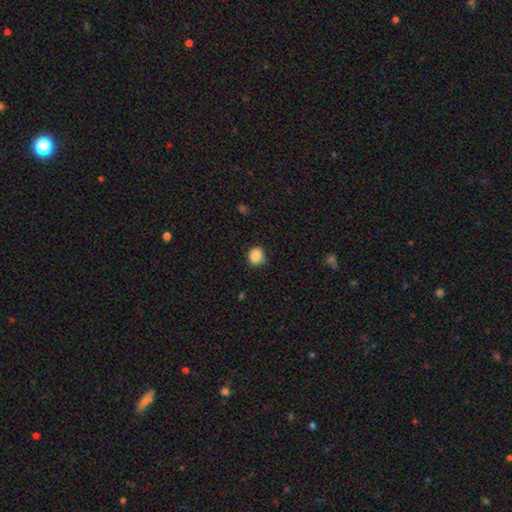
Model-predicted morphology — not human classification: This is clearly a smooth galaxy (87%). How rounded: clearly round (86%). Merging: clearly none (83%).